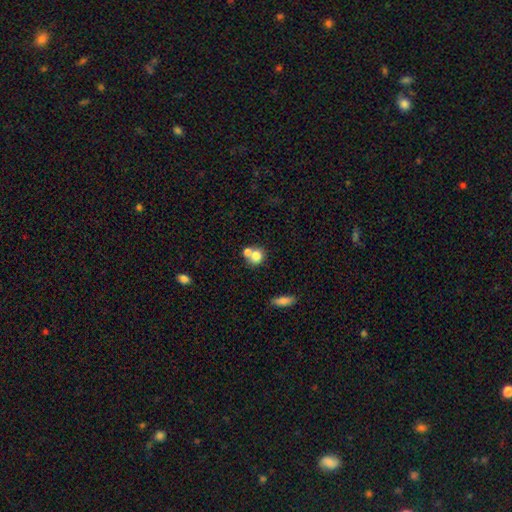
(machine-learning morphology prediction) A smooth galaxy with no disk features (76%) that is round (77%).

Vote fractions:
- Smooth or featured? smooth: 76% / featured or disk: 14% / star or artifact: 10%
- How rounded? round: 77% / in between: 22% / cigar-shaped: 1%
- Merging? merger: 51% / none: 39% / minor disturbance: 8% / major disturbance: 3%